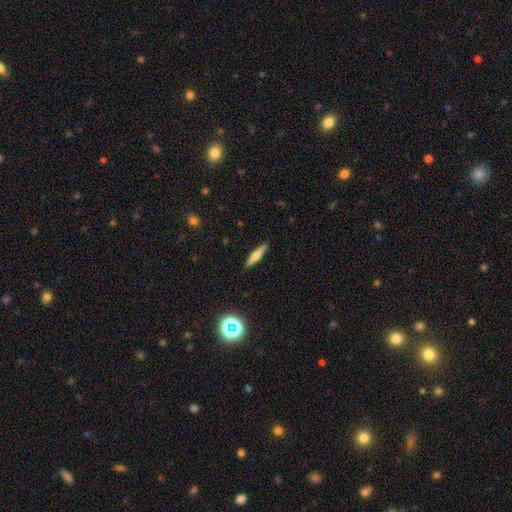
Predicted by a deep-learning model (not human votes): A smooth galaxy with no disk features (52%) that is cigar-shaped (86%). Merging: none (90%).